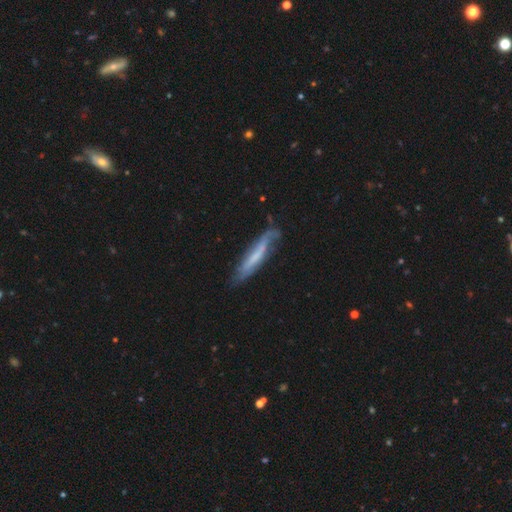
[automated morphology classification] This is possibly a featured or disk galaxy (55%). It is likely viewed edge-on (60%). Merging: likely none (62%).